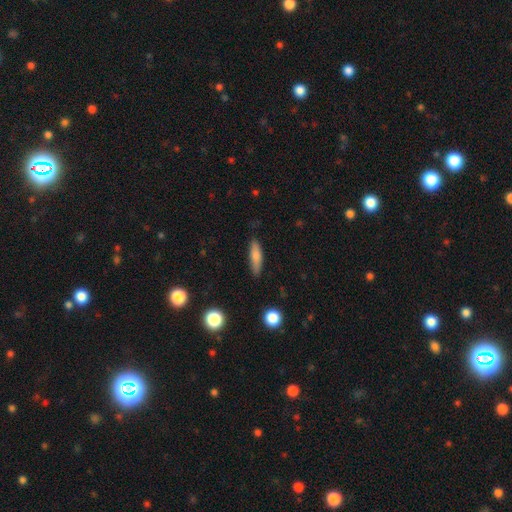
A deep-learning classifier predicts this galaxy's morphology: smooth-or-featured: smooth: 78% | featured or disk: 16% | star or artifact: 7%
  how-rounded: cigar-shaped: 65% | in between: 32% | round: 2%
  merging: none: 83% | minor disturbance: 13% | major disturbance: 2% | merger: 1%